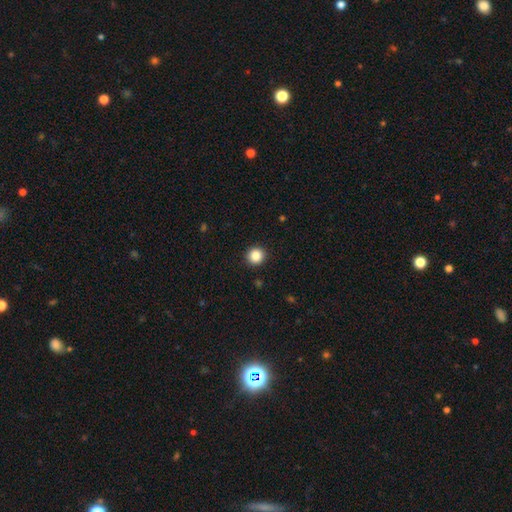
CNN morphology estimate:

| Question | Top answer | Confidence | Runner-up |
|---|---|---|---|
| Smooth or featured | smooth | 85% | star or artifact (11%) |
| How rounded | round | 94% | in between (6%) |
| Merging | none | 93% | minor disturbance (5%) |